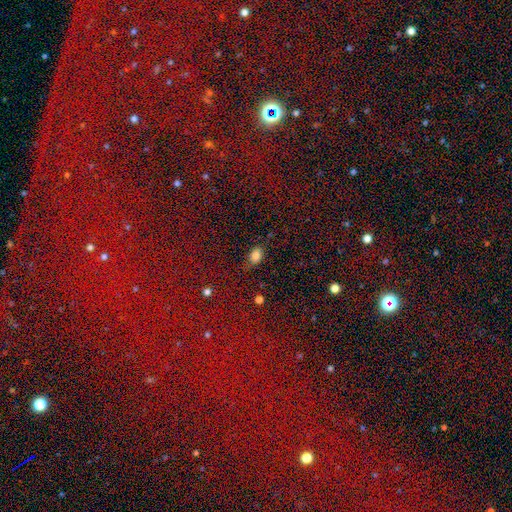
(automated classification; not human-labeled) smooth_or_featured: smooth (p=0.82) [alt: star or artifact p=0.11]
how_rounded: in between (p=0.87) [alt: round p=0.10]
merging: none (p=0.73) [alt: minor disturbance p=0.20]